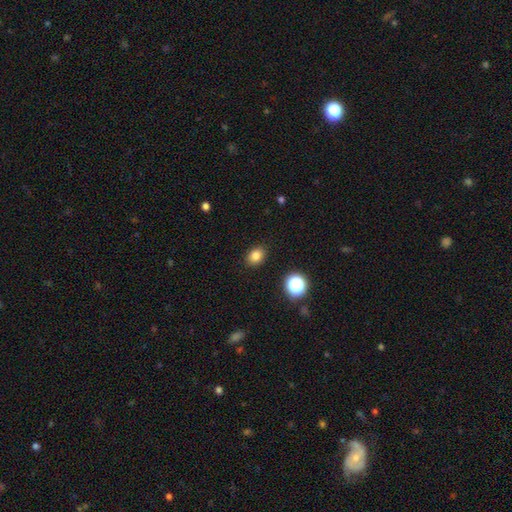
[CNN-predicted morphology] Smooth or featured: smooth — 82% (star or artifact — 13%)
How rounded: in between — 57% (round — 42%)
Merging: none — 89% (minor disturbance — 8%)